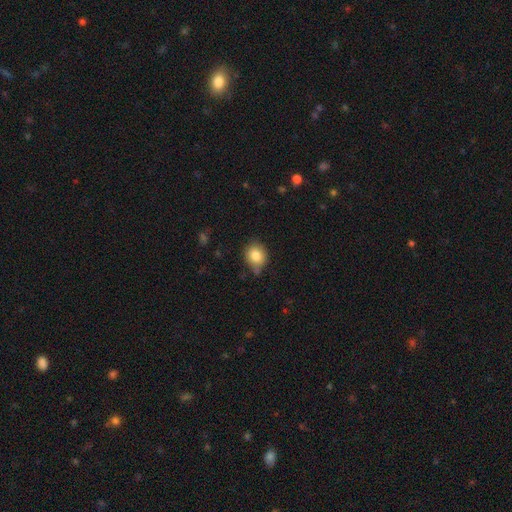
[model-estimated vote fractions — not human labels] smooth-or-featured: smooth: 83% | star or artifact: 9% | featured or disk: 7%
  how-rounded: round: 69% | in between: 30% | cigar-shaped: 1%
  merging: none: 73% | minor disturbance: 20% | merger: 4% | major disturbance: 4%